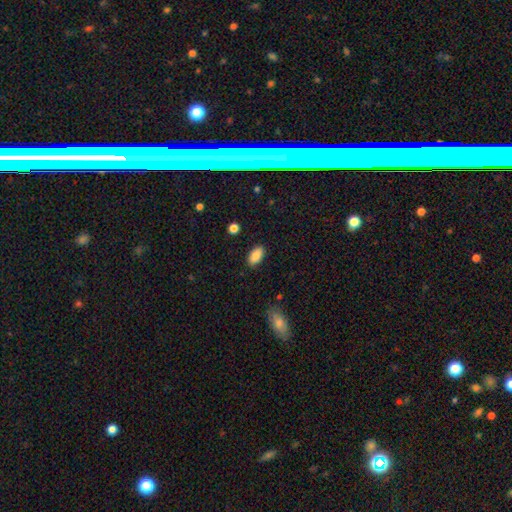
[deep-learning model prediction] Overall: smooth (87%). How rounded: in between (93%). Merging: none (88%).